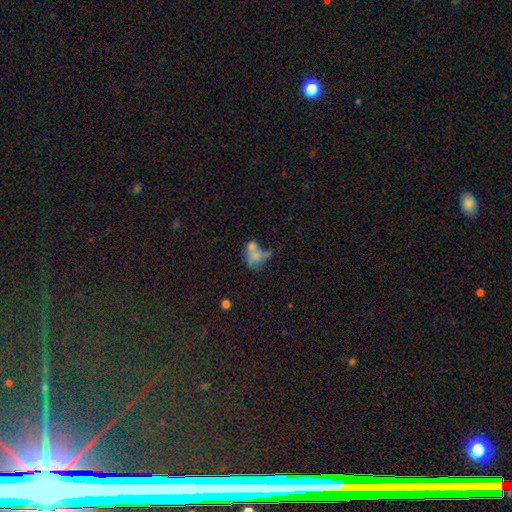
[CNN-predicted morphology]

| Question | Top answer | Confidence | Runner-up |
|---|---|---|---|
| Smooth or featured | smooth | 54% | featured or disk (34%) |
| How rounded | in between | 63% | round (35%) |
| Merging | merger | 51% | none (20%) |